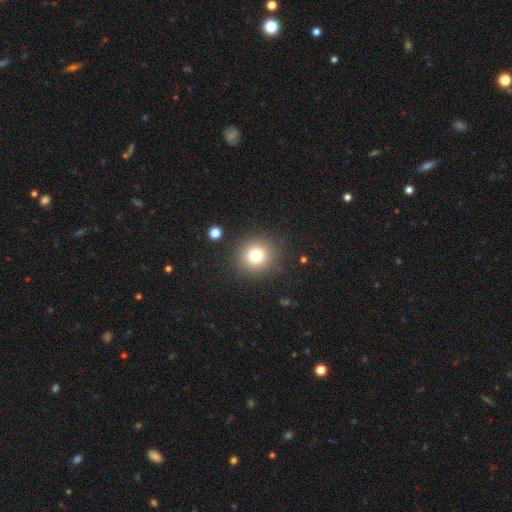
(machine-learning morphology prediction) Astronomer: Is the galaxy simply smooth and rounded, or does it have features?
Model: smooth — 77%.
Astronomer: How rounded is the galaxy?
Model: round — 91%.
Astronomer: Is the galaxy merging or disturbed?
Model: none — 88%.